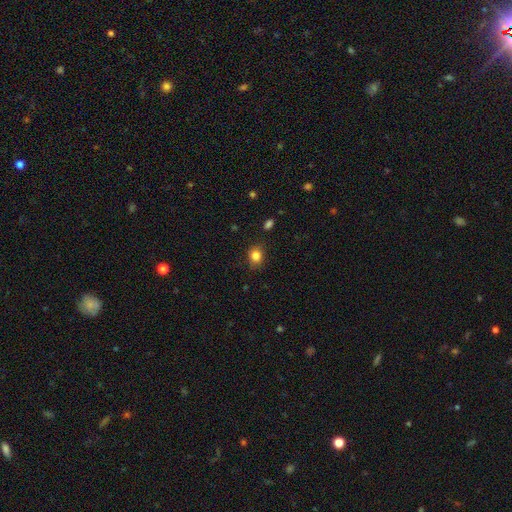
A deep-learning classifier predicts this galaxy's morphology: Smooth or featured? smooth (84%)
How rounded? round (59%)
Merging? none (83%)